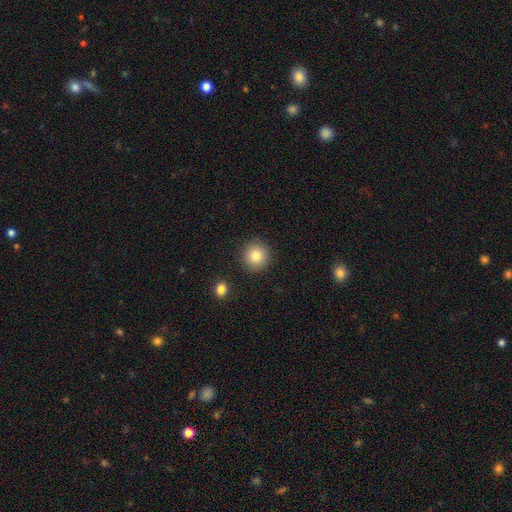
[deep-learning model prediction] Q: Smooth or featured?
A: smooth (84%); runner-up: star or artifact (10%)
Q: How rounded?
A: round (92%); runner-up: in between (7%)
Q: Merging?
A: none (89%); runner-up: minor disturbance (7%)